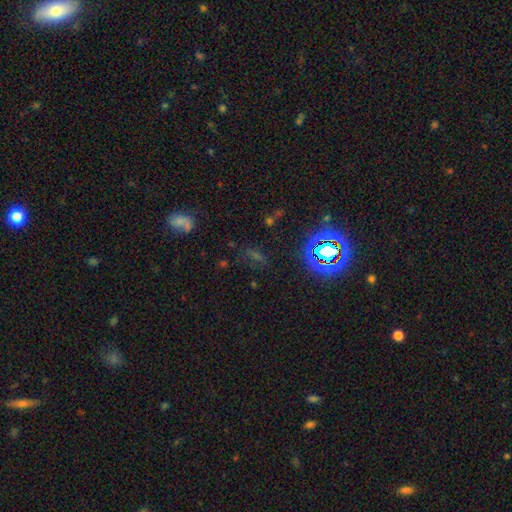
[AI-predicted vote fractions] This appears to be a star or artifact, not a galaxy (60%).